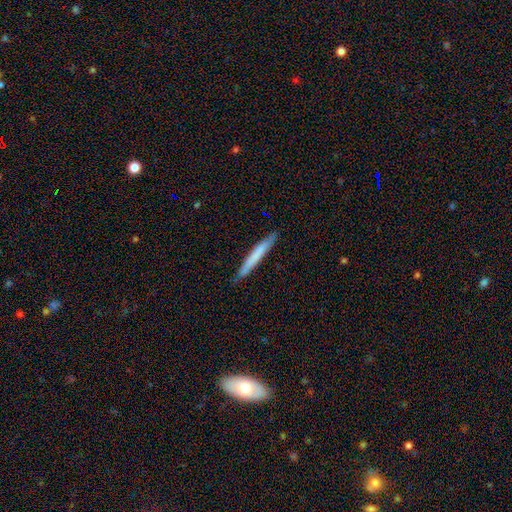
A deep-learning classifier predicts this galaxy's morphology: Smooth or featured? smooth (69%)
How rounded? cigar-shaped (96%)
Merging? none (88%)